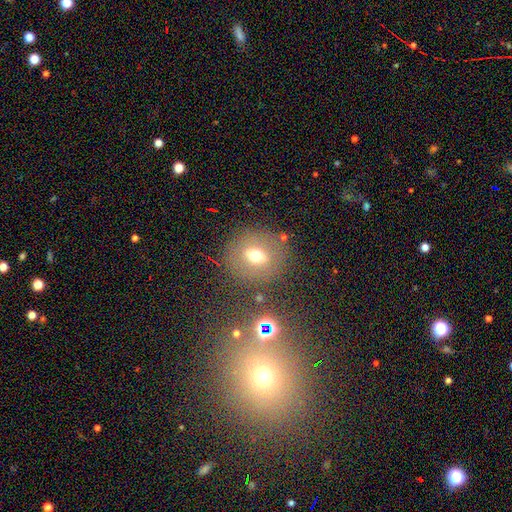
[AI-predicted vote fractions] The model was most divided on "smooth or featured": smooth: 55%, featured or disk: 27%, star or artifact: 19%. More confident: merging — none (79%); how rounded — round (74%).